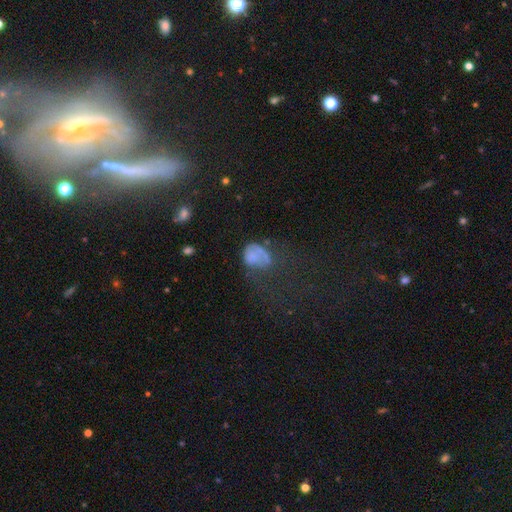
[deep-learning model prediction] smooth_or_featured: smooth (p=0.59) [alt: featured or disk p=0.26]
how_rounded: in between (p=0.64) [alt: round p=0.34]
merging: major disturbance (p=0.42) [alt: none p=0.25]